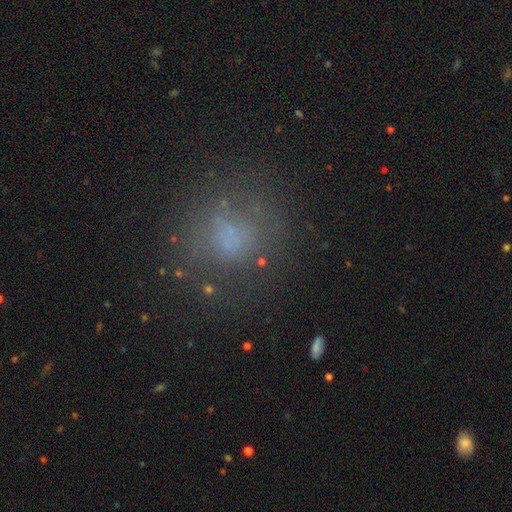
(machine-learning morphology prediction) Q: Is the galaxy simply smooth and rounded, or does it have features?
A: smooth — 56%.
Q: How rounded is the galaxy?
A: round — 78%.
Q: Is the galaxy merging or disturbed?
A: none — 72%.